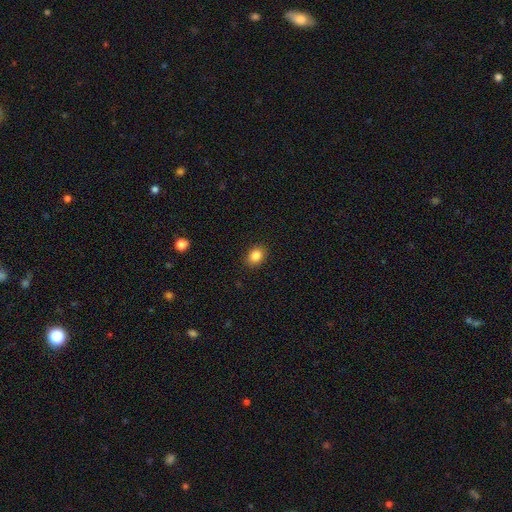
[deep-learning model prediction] Morphology: type=smooth (85%); roundness=in between (56%); merging=none (89%).